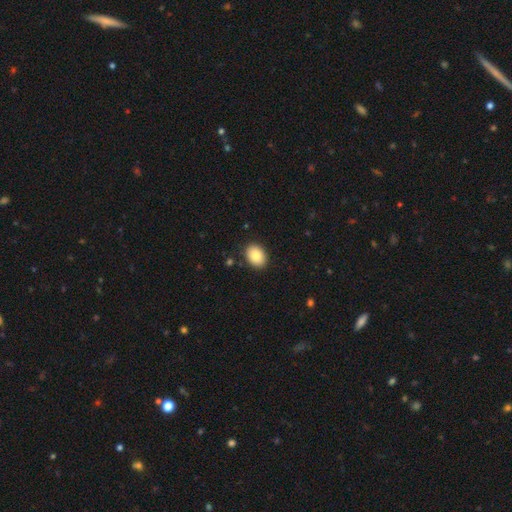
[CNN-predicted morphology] Q: Smooth or featured?
A: smooth (86%); runner-up: star or artifact (7%)
Q: How rounded?
A: in between (74%); runner-up: round (25%)
Q: Merging?
A: none (89%); runner-up: minor disturbance (8%)